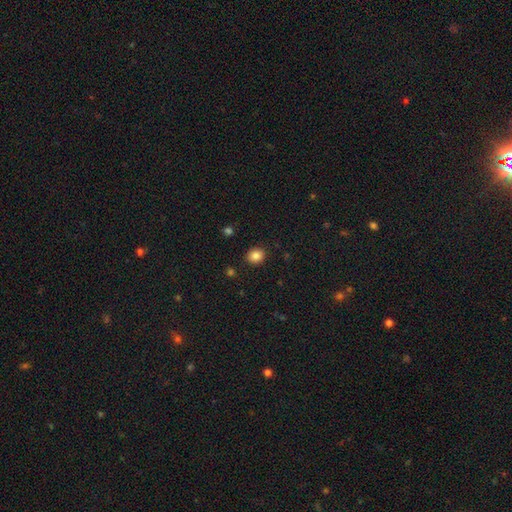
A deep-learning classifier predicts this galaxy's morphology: smooth_or_featured: smooth (p=0.85) [alt: star or artifact p=0.10]
how_rounded: round (p=0.71) [alt: in between p=0.28]
merging: none (p=0.90) [alt: minor disturbance p=0.07]